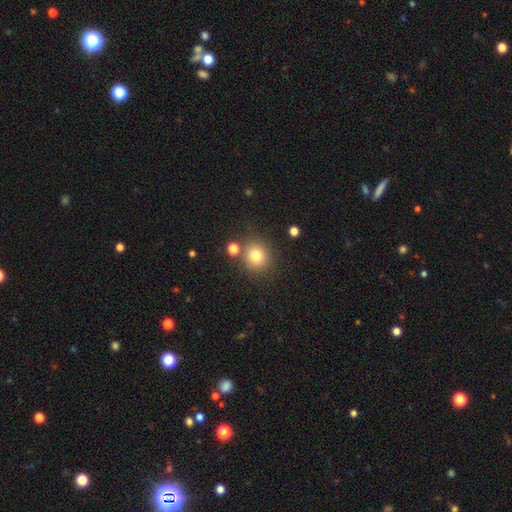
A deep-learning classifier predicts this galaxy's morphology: A smooth galaxy with no disk features (78%) that is round (88%). Merging: none (79%).